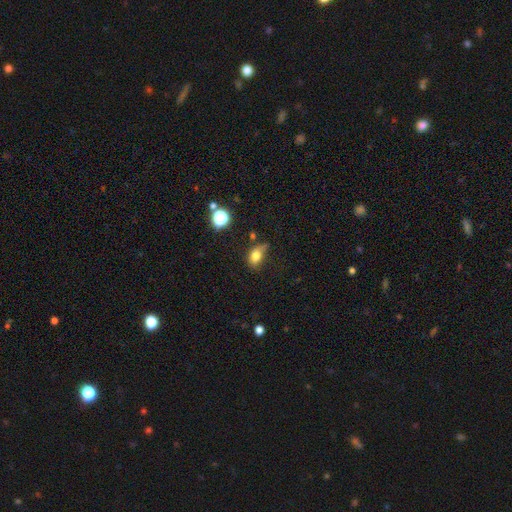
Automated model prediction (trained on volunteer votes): Smooth or featured? smooth (75%)
How rounded? in between (73%)
Merging? minor disturbance (38%)